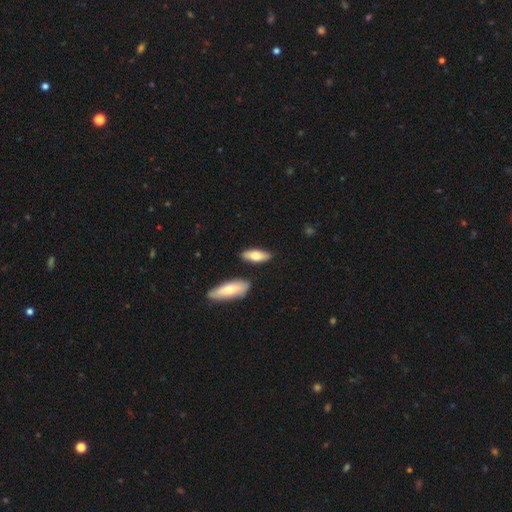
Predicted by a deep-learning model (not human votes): Overall: smooth (71%). How rounded: in between (65%; cigar-shaped 33%). Merging: none (82%).